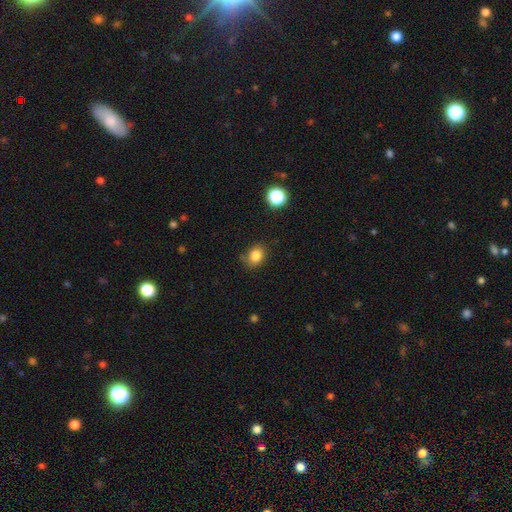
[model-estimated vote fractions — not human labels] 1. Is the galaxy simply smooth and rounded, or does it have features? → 82% smooth, 11% star or artifact, 6% featured or disk.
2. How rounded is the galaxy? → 53% in between, 46% round, 1% cigar-shaped.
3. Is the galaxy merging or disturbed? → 74% none, 19% minor disturbance, 4% major disturbance, 3% merger.